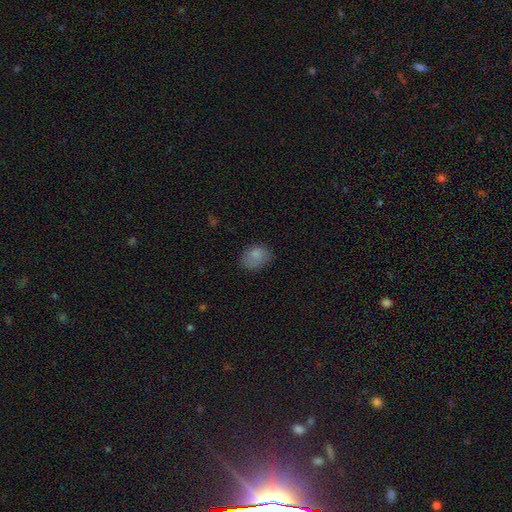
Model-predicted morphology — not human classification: This is clearly a smooth galaxy (82%). How rounded: likely in between (66%). Merging: likely none (67%).